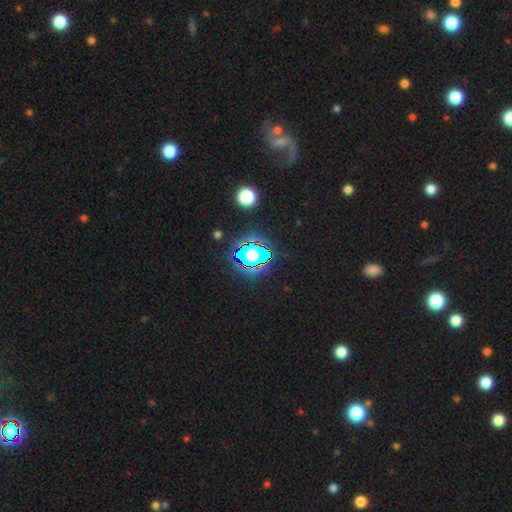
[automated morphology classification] Q: Smooth or featured?
A: star or artifact (73%); runner-up: smooth (15%)